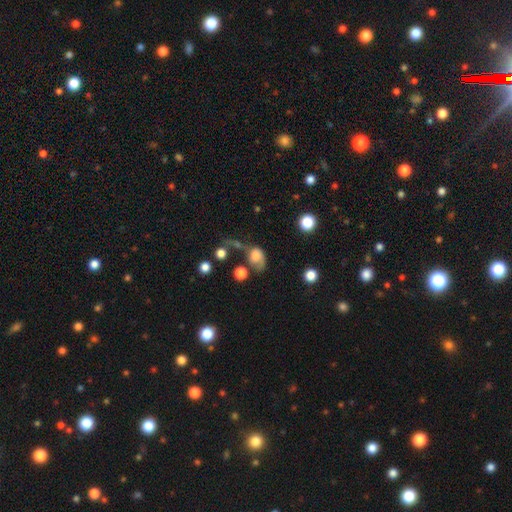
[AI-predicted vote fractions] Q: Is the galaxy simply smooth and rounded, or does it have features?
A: smooth — 68%.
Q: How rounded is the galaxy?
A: in between — 62%.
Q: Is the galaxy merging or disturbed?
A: major disturbance — 38%.